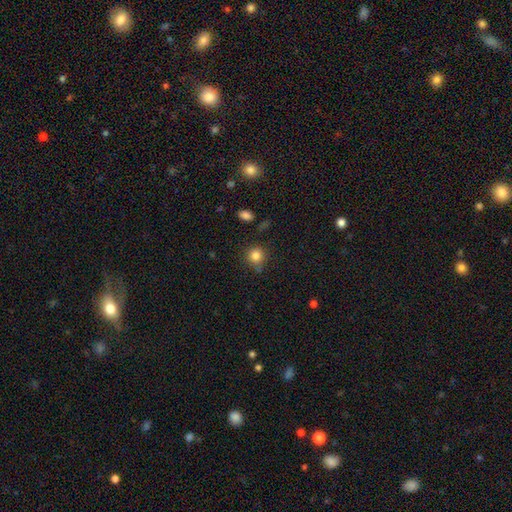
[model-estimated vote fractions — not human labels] This appears to be a smooth galaxy with no disk features (83%) that is round (90%). Merging: none (78%).